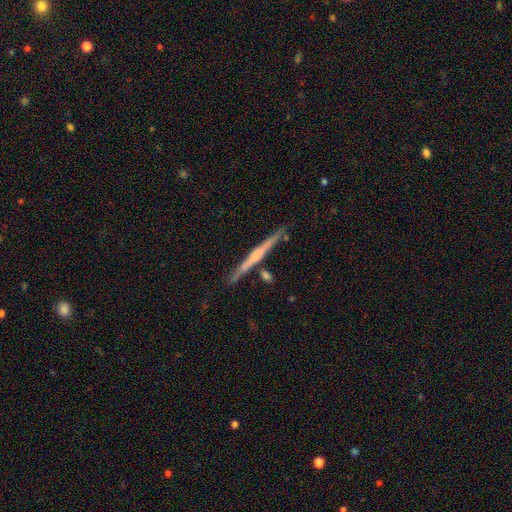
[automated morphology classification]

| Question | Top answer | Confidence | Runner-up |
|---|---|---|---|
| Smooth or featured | featured or disk | 64% | smooth (30%) |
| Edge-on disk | yes | 98% | no (2%) |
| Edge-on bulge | none | 49% | rounded (36%) |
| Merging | none | 83% | minor disturbance (10%) |